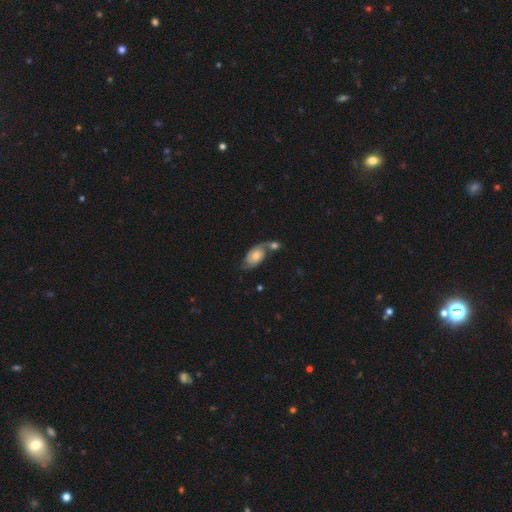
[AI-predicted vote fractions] featured or disk 51%, smooth 41%, star or artifact 8%. Down the decision tree: edge-on disk — no (94%); merging — merger (50%).